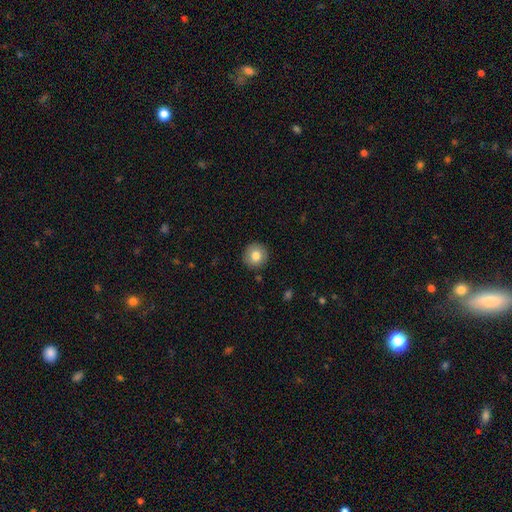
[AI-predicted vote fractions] Smooth or featured? Predicted: smooth (p=0.81). How rounded? Predicted: round (p=0.94). Merging? Predicted: none (p=0.91).